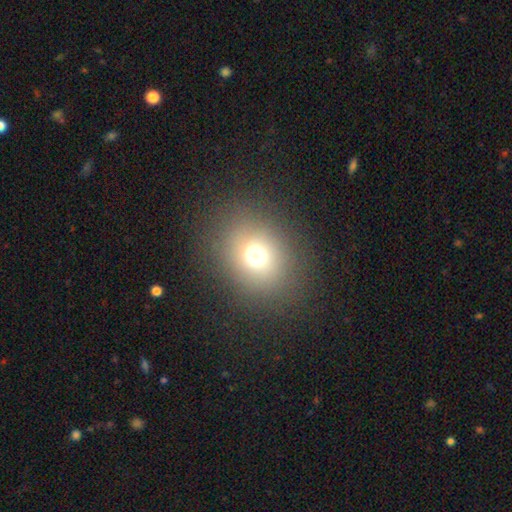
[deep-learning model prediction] Overall: smooth (69%). How rounded: round (63%; in between 36%). Merging: none (85%).